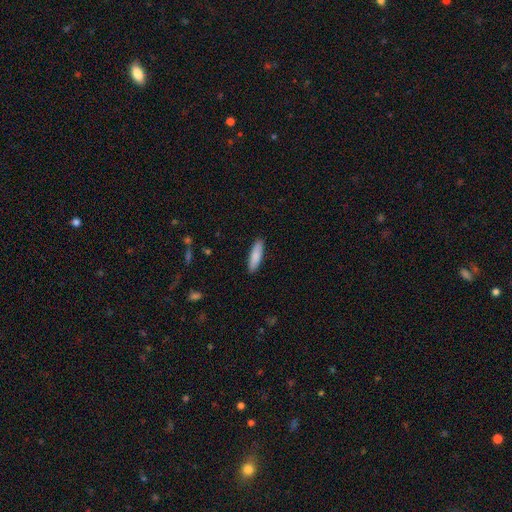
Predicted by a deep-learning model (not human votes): smooth-or-featured: smooth: 86% | featured or disk: 9% | star or artifact: 5%
  how-rounded: cigar-shaped: 65% | in between: 33% | round: 1%
  merging: none: 90% | minor disturbance: 7% | major disturbance: 2% | merger: 1%